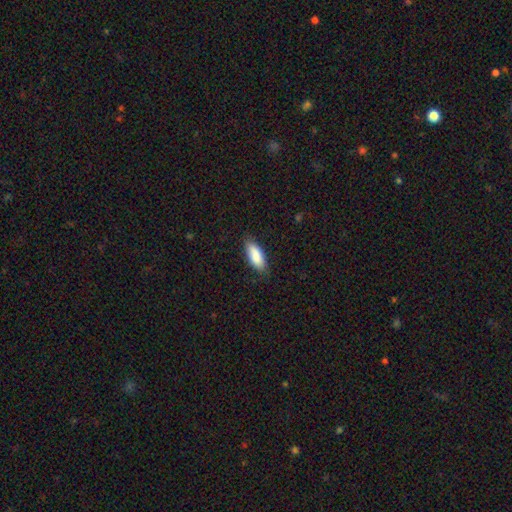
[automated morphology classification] Smooth or featured? Predicted: smooth (p=0.88). How rounded? Predicted: in between (p=0.79). Merging? Predicted: none (p=0.82).